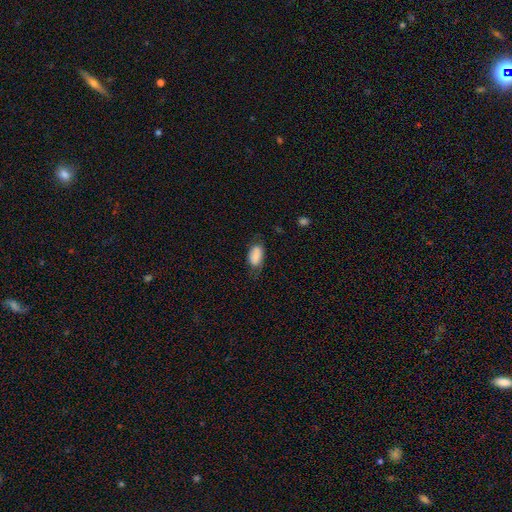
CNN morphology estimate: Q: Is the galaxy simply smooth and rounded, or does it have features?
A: smooth — 81%.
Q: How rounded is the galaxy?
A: in between — 92%.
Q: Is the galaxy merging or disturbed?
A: none — 57%.